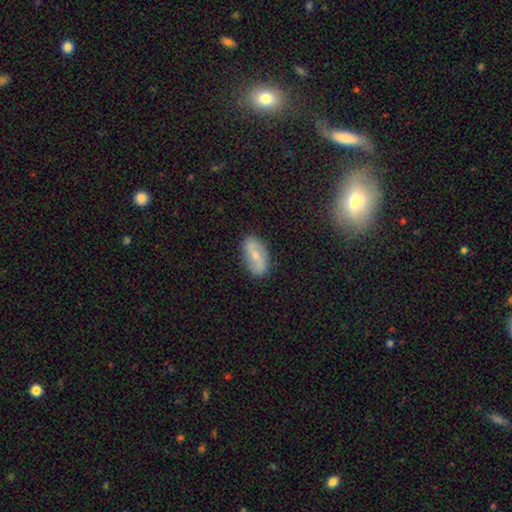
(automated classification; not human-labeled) Smooth or featured? Predicted: featured or disk (p=0.51). Edge-on disk? Predicted: no (p=0.90). Merging? Predicted: none (p=0.84).